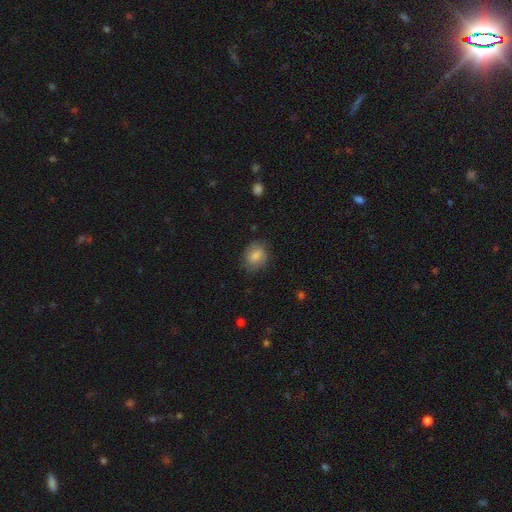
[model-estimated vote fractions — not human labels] The model was most divided on "how rounded": in between: 53%, round: 45%, cigar-shaped: 1%. More confident: smooth or featured — smooth (80%); merging — none (78%).